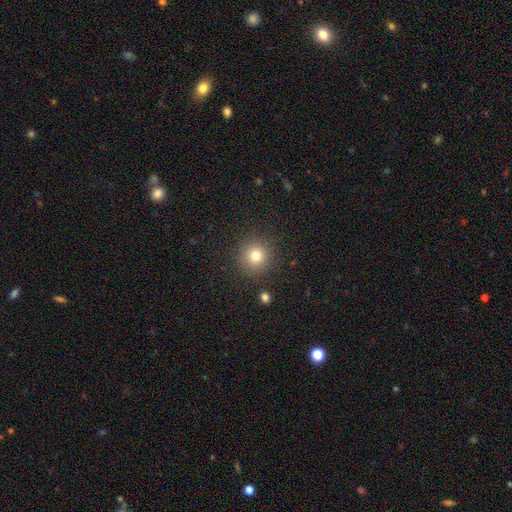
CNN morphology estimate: A smooth galaxy with no disk features (78%) that is round (94%).

Vote fractions:
- Smooth or featured? smooth: 78% / star or artifact: 14% / featured or disk: 8%
- How rounded? round: 94% / in between: 5% / cigar-shaped: 1%
- Merging? none: 89% / minor disturbance: 6% / major disturbance: 3% / merger: 2%